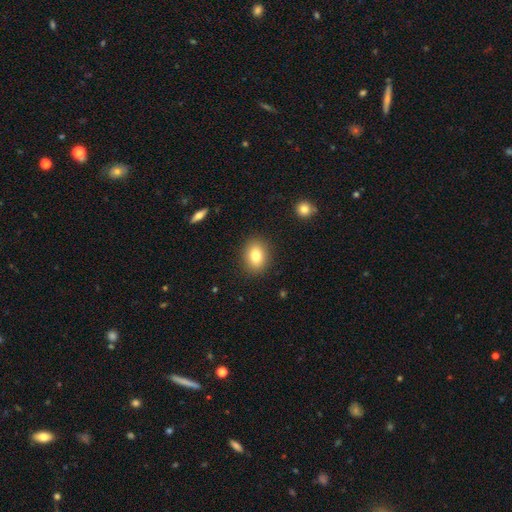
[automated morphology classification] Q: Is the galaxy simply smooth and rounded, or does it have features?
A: smooth — 80%.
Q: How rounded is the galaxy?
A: in between — 64%.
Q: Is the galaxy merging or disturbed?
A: none — 88%.